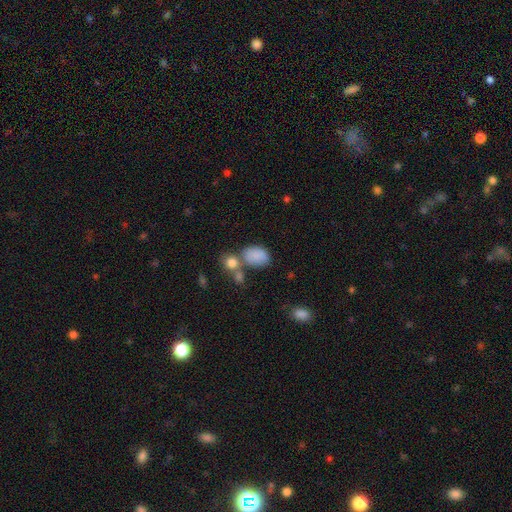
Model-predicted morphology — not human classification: Smooth or featured? smooth (82%)
How rounded? in between (82%)
Merging? none (45%)